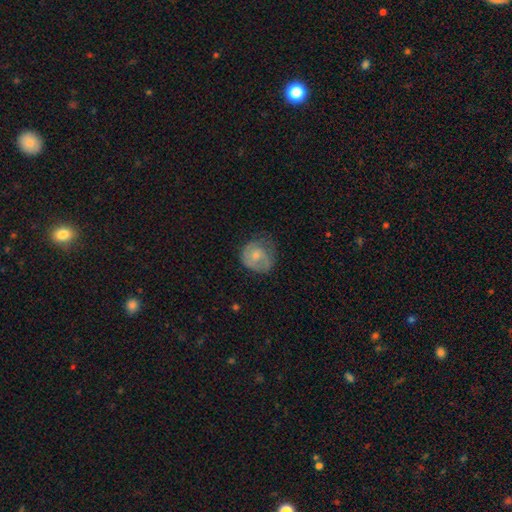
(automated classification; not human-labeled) Morphology: type=smooth (51%); roundness=round (75%); merging=none (51%).